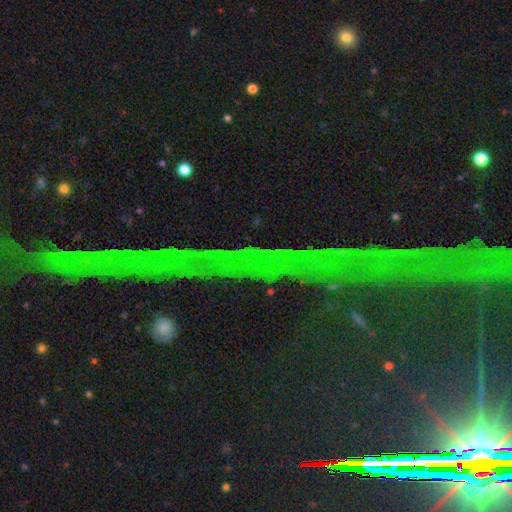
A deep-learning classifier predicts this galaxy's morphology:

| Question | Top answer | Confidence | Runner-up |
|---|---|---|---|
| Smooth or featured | star or artifact | 76% | featured or disk (12%) |